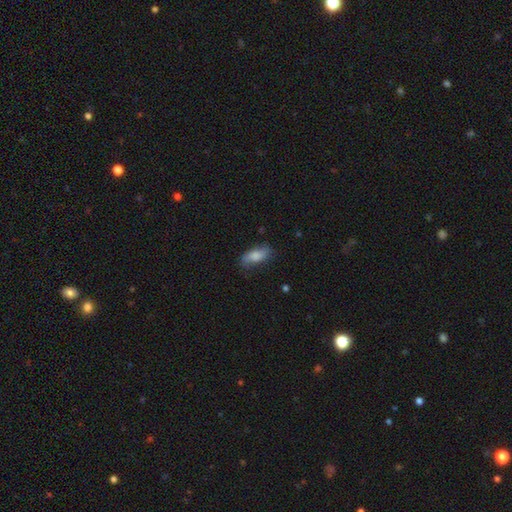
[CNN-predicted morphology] This appears to be a smooth galaxy with no disk features (82%) that is in between round and cigar-shaped (80%). Merging: none (70%).